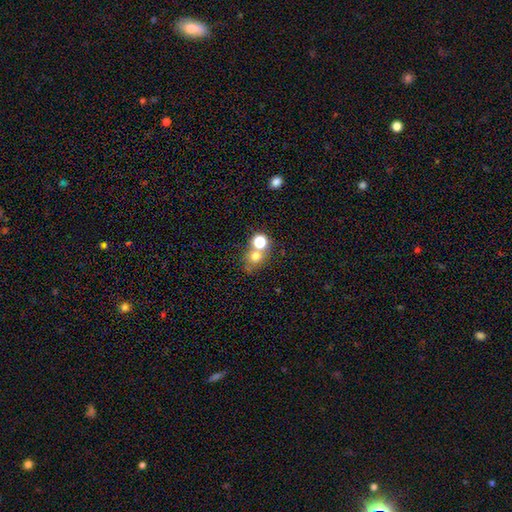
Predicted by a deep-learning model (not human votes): Morphology: type=smooth (67%); roundness=round (76%); merging=none (50%).